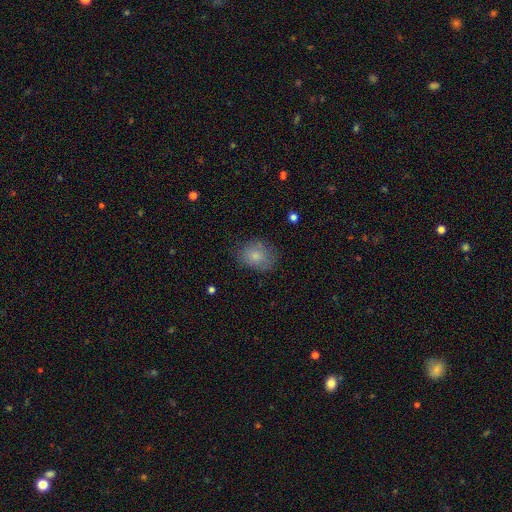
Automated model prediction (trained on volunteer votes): Overall: smooth (79%). How rounded: in between (54%; round 45%). Merging: none (69%).